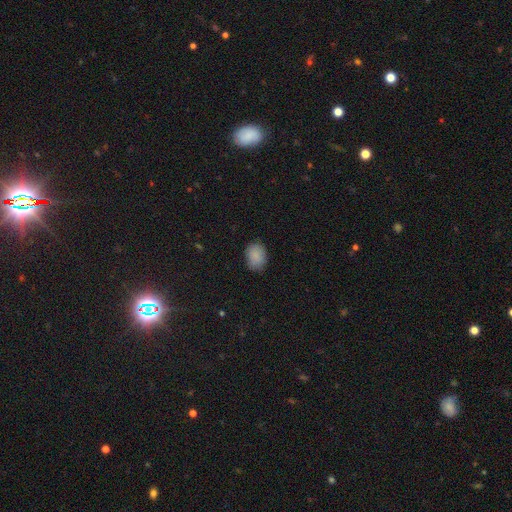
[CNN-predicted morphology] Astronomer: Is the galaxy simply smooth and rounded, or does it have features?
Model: smooth — 87%.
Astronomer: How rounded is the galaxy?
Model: in between — 67%.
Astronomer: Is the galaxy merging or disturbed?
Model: none — 82%.